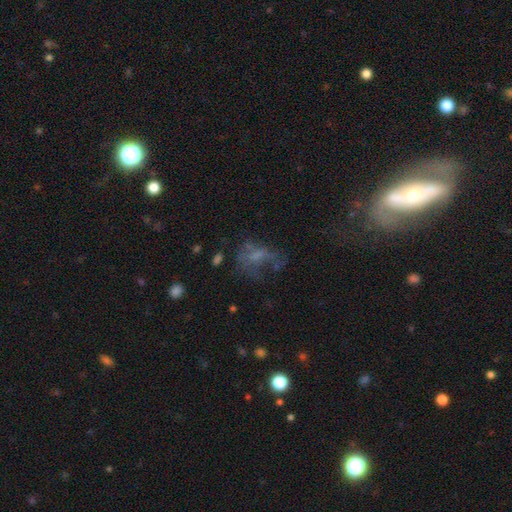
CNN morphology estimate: The model was most divided on "smooth or featured": featured or disk: 41%, smooth: 36%, star or artifact: 24%. Remaining: merging — major disturbance (43%).